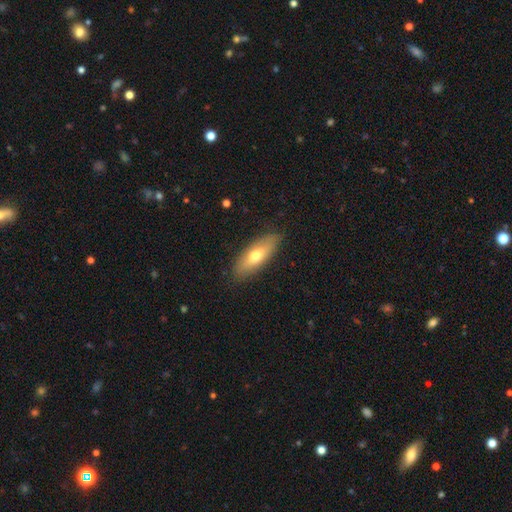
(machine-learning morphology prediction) Smooth or featured?
  - smooth: 64% *
  - featured or disk: 30%
  - star or artifact: 6%
How rounded?
  - in between: 62% *
  - cigar-shaped: 35%
  - round: 3%
Merging?
  - none: 85% *
  - minor disturbance: 11%
  - major disturbance: 2%
  - merger: 1%